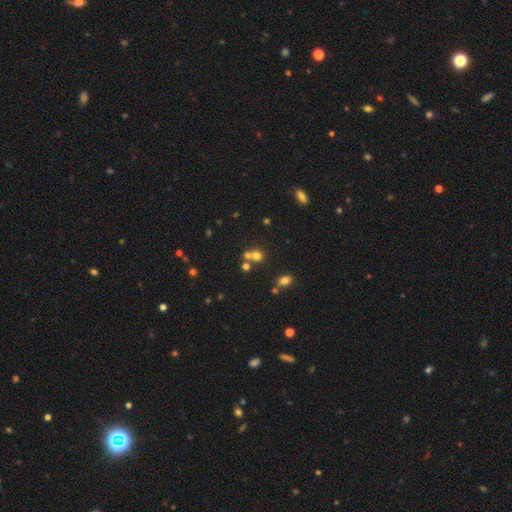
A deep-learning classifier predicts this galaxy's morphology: The model was most divided on "merging": none: 49%, merger: 40%, minor disturbance: 7%, major disturbance: 4%. More confident: how rounded — round (82%); smooth or featured — smooth (64%).